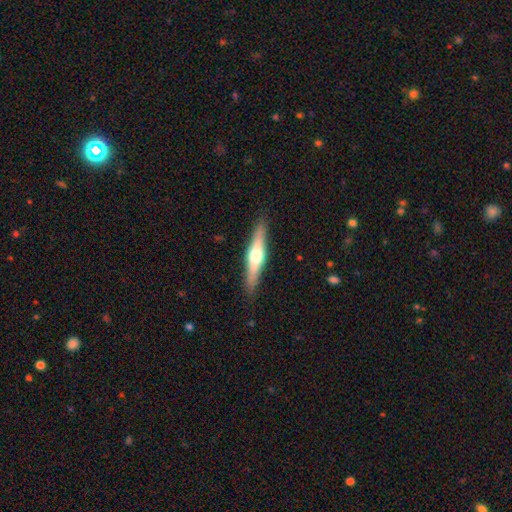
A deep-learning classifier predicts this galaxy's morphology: This appears to be a featured or disk galaxy (59%) viewed edge-on (95%) with a rounded central bulge (93%). Merging: none (89%).